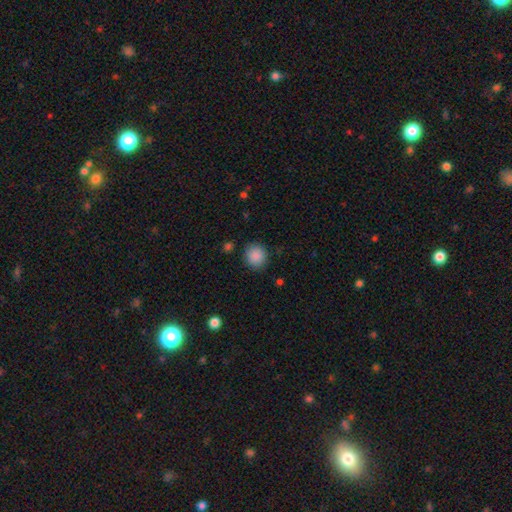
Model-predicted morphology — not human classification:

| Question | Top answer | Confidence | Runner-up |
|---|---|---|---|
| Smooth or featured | smooth | 88% | star or artifact (9%) |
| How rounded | round | 88% | in between (11%) |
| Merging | none | 88% | minor disturbance (8%) |